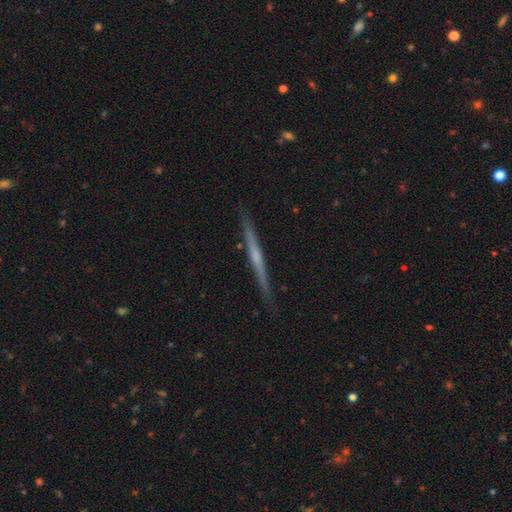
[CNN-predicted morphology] A featured or disk galaxy (70%) viewed edge-on (98%) with no central bulge (53%).

Vote fractions:
- Smooth or featured? featured or disk: 70% / smooth: 24% / star or artifact: 5%
- Edge-on disk? yes: 98% / no: 2%
- Edge-on bulge? none: 53% / rounded: 39% / boxy: 8%
- Merging? none: 90% / minor disturbance: 7% / major disturbance: 1% / merger: 1%